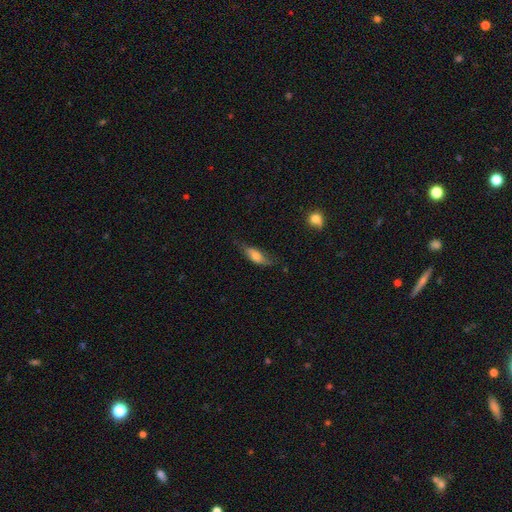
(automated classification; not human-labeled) Morphology: type=smooth (62%); roundness=in between (71%); merging=none (61%).